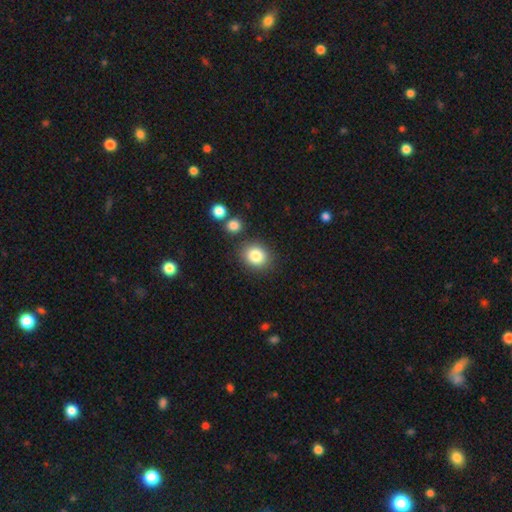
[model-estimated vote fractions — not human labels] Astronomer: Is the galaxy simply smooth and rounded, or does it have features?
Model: smooth — 83%.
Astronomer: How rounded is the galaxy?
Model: round — 67%.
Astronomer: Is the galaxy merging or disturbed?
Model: none — 83%.